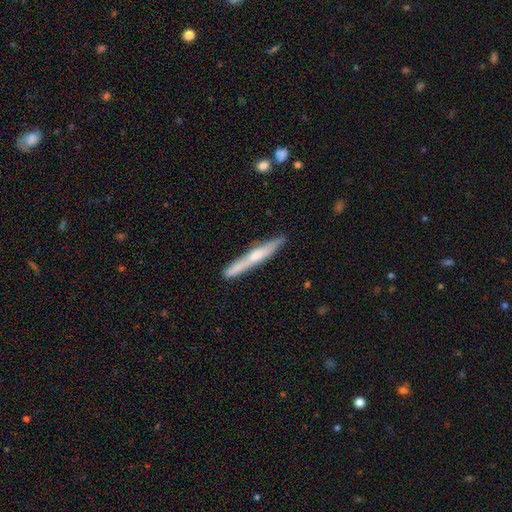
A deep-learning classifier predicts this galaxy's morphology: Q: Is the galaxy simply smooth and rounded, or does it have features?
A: featured or disk — 53%.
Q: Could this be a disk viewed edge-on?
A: yes — 96%.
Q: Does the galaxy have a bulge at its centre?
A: rounded — 62%.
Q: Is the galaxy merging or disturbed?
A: none — 86%.